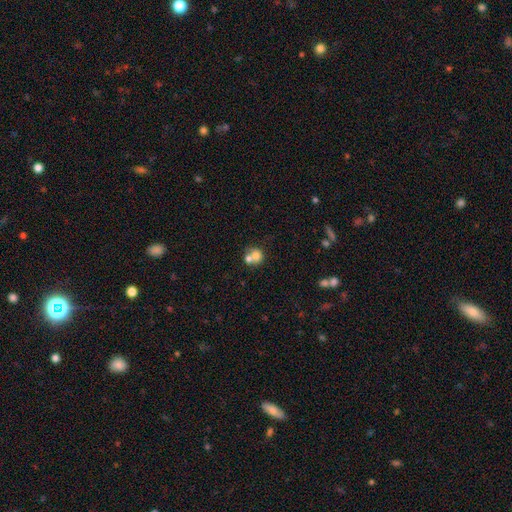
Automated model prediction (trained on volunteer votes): smooth-or-featured: smooth: 72% | featured or disk: 18% | star or artifact: 10%
  how-rounded: round: 75% | in between: 24% | cigar-shaped: 1%
  merging: merger: 57% | none: 32% | minor disturbance: 7% | major disturbance: 4%